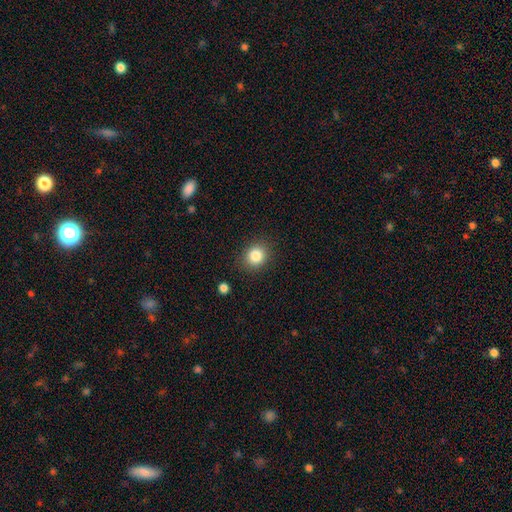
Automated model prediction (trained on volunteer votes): This appears to be a smooth galaxy with no disk features (84%) that is round (74%). Merging: none (87%).